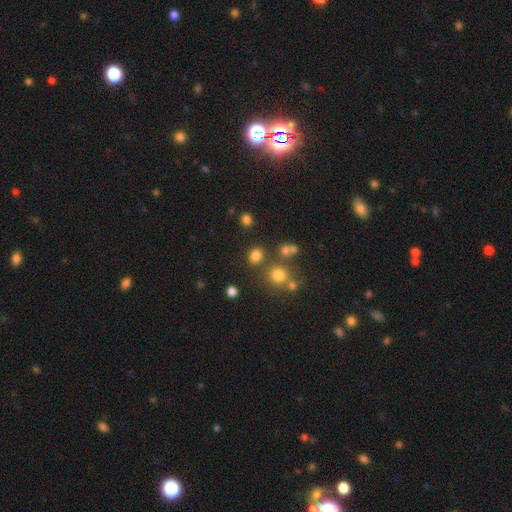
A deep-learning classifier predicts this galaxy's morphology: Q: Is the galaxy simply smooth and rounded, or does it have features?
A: smooth — 78%.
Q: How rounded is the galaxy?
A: round — 62%.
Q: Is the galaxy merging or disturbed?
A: none — 74%.